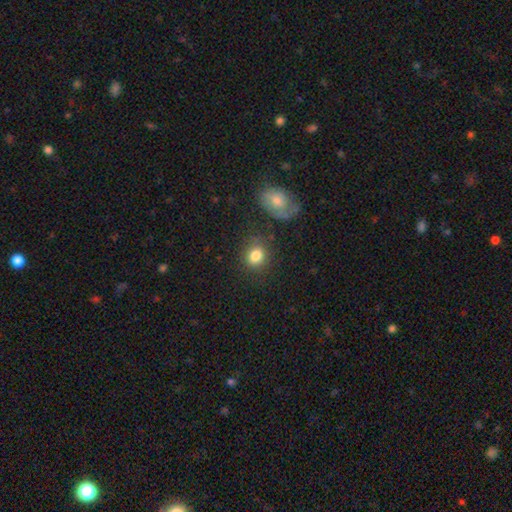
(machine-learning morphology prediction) smooth-or-featured: smooth: 84% | star or artifact: 9% | featured or disk: 7%
  how-rounded: round: 65% | in between: 34% | cigar-shaped: 1%
  merging: none: 77% | minor disturbance: 13% | merger: 5% | major disturbance: 4%